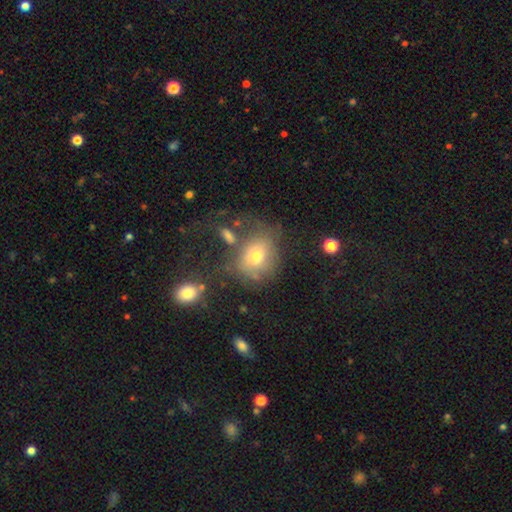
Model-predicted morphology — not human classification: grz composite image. It shows a smooth galaxy with no disk features (67%) that is round (61%). Merging: none (52%).